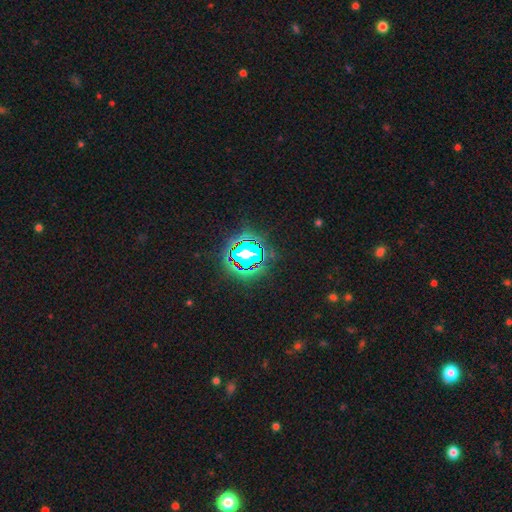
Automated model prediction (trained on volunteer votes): star or artifact 81%, smooth 12%, featured or disk 7%.